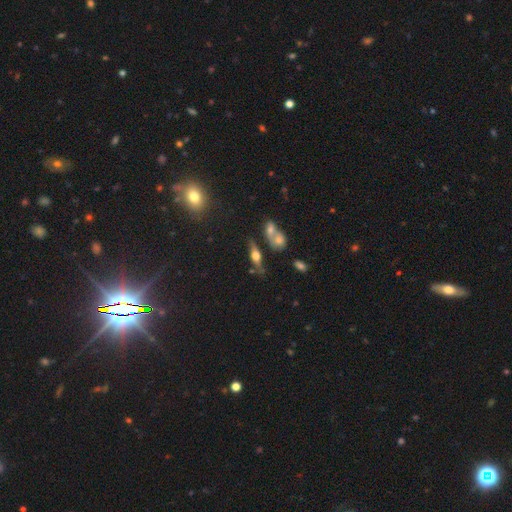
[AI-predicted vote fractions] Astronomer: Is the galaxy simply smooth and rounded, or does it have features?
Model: featured or disk — 54% (runner-up: smooth, 35%).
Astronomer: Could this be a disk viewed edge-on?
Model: yes — 83%.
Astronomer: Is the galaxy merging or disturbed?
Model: none — 59%.